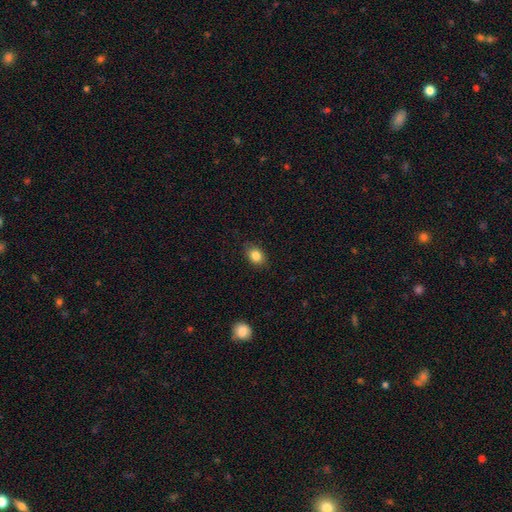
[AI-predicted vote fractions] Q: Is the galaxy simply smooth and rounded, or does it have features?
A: smooth — 84%.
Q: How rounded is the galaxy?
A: in between — 70%.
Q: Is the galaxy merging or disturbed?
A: none — 83%.